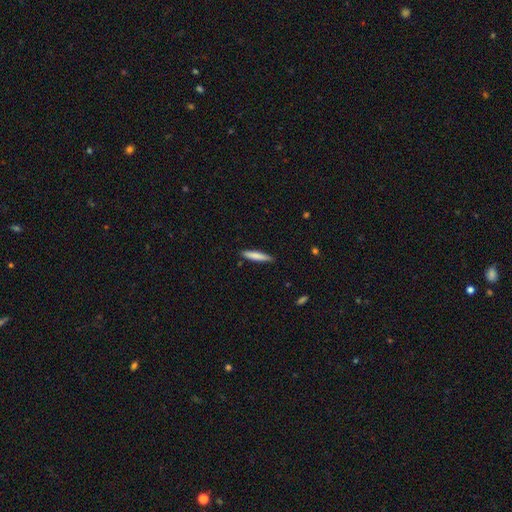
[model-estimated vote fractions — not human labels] This appears to be a smooth galaxy with no disk features (79%) that is cigar-shaped (90%). Merging: none (87%).